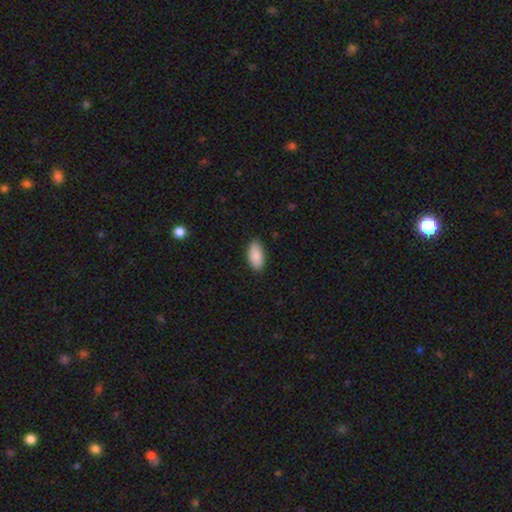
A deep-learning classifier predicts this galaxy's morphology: smooth 89%, star or artifact 6%, featured or disk 5%. Down the decision tree: how rounded — in between (93%); merging — none (87%).